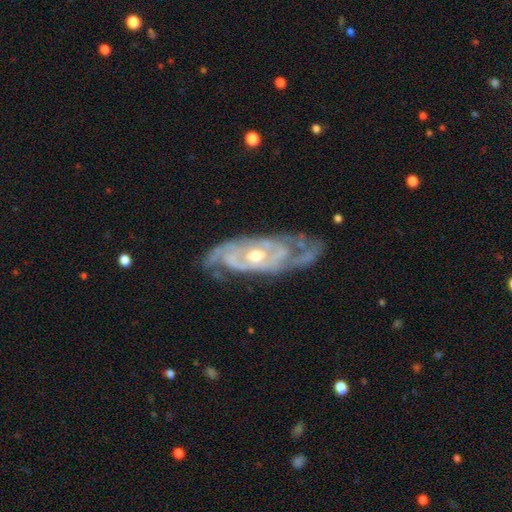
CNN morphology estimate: The model was most divided on "spiral arm count": 2: 38%, can't tell: 29%, 3: 18%, 4: 6%, 1: 5%, more than 4: 4%. More confident: spiral arms — yes (94%); edge-on disk — no (89%); smooth or featured — featured or disk (89%); bar — no (68%); merging — none (66%); spiral winding — tight (63%); bulge size — moderate (62%).